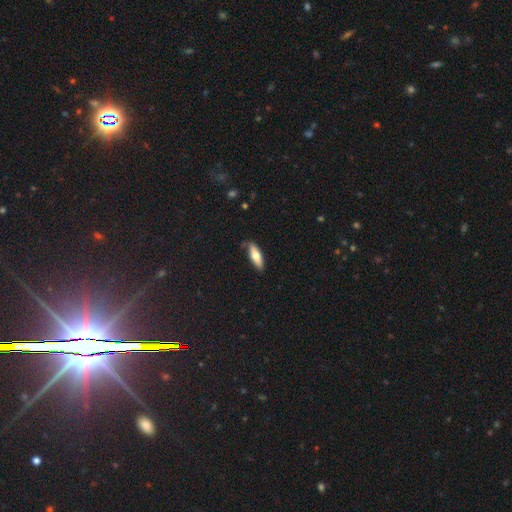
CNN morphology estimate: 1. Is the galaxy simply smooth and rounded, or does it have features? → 63% smooth, 31% featured or disk, 6% star or artifact.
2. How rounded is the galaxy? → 50% cigar-shaped, 48% in between, 2% round.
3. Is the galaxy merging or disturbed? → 76% none, 19% minor disturbance, 3% major disturbance, 2% merger.